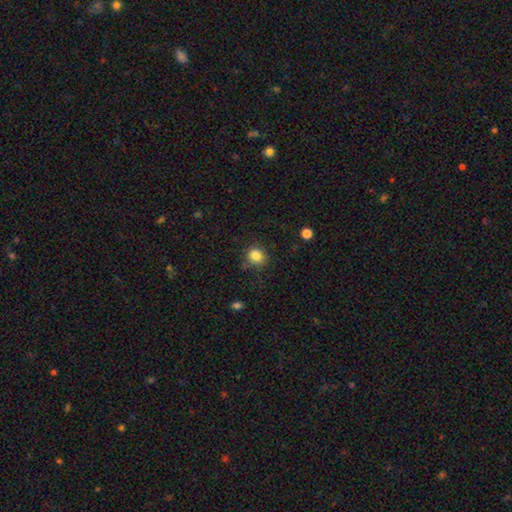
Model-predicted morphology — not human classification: smooth 84%, star or artifact 11%, featured or disk 5%. Down the decision tree: how rounded — round (82%); merging — none (79%).